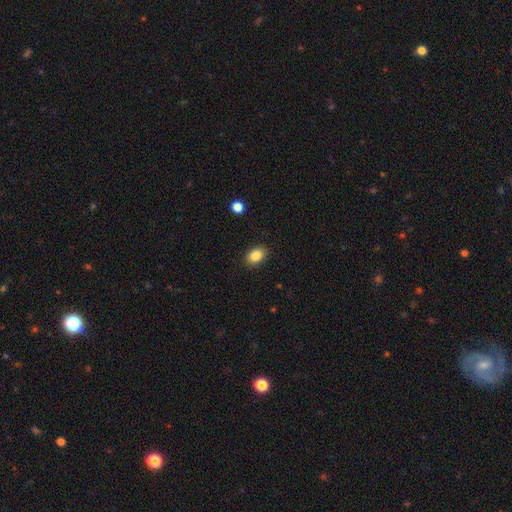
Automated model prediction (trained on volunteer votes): smooth_or_featured: smooth (p=0.86) [alt: star or artifact p=0.09]
how_rounded: in between (p=0.82) [alt: round p=0.16]
merging: none (p=0.88) [alt: minor disturbance p=0.09]